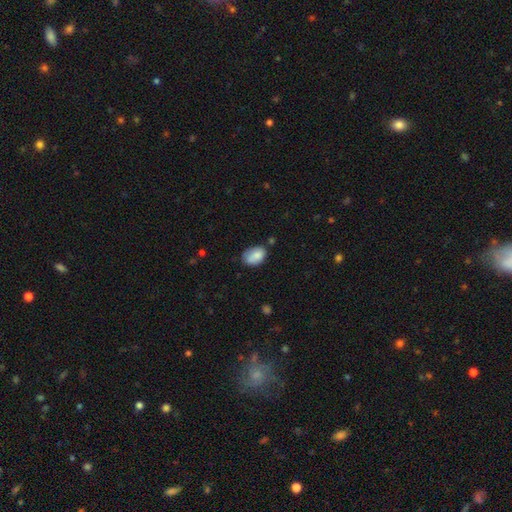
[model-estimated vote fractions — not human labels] smooth_or_featured: smooth (p=0.82) [alt: featured or disk p=0.11]
how_rounded: in between (p=0.87) [alt: round p=0.12]
merging: none (p=0.61) [alt: minor disturbance p=0.29]